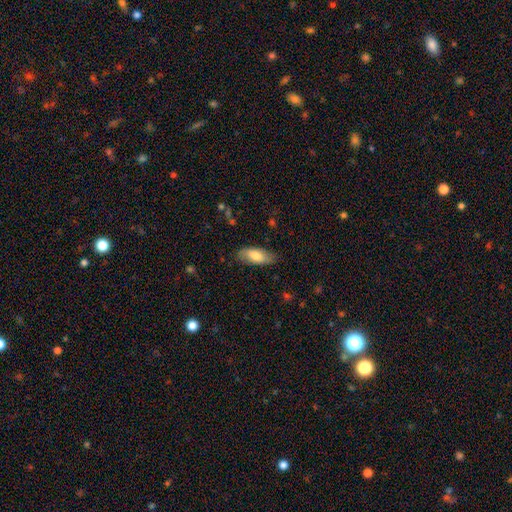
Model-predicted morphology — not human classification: Overall: smooth (77%). How rounded: in between (80%). Merging: none (78%).